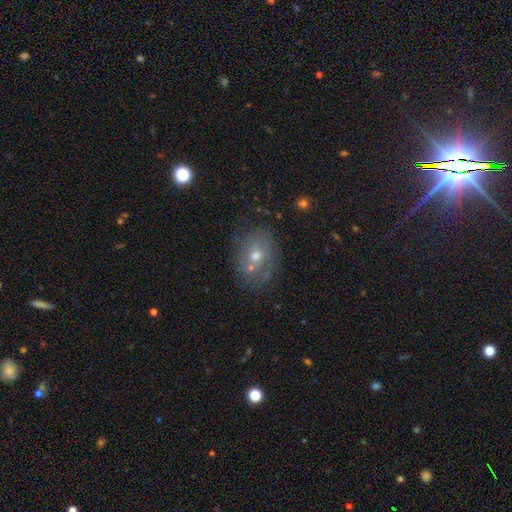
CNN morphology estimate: featured or disk 44%, smooth 35%, star or artifact 21%. Down the decision tree: merging — none (61%).